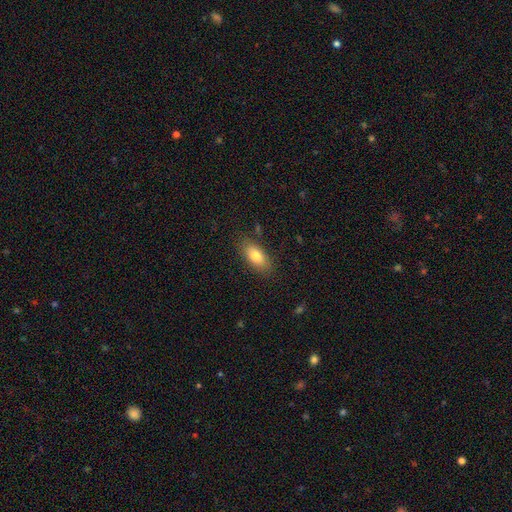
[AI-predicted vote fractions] This is likely a smooth galaxy (79%). How rounded: clearly in between (86%). Merging: clearly none (83%).